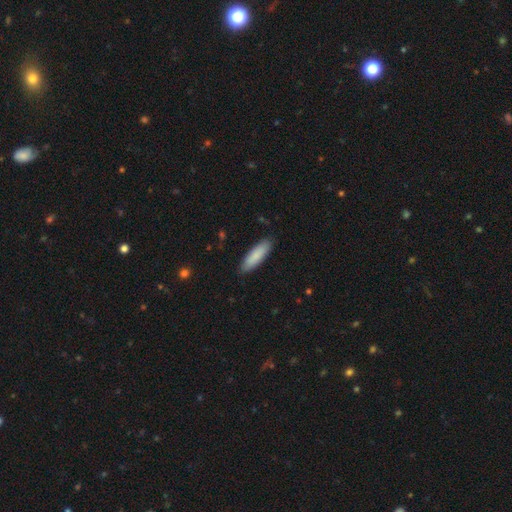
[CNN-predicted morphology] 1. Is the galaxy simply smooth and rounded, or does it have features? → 86% smooth, 8% featured or disk, 5% star or artifact.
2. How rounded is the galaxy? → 56% cigar-shaped, 42% in between, 1% round.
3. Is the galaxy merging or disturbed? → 88% none, 10% minor disturbance, 2% major disturbance, 1% merger.